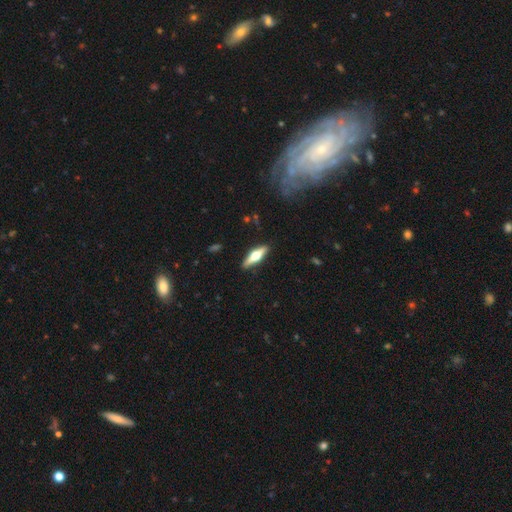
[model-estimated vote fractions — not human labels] Q: Smooth or featured?
A: featured or disk (60%); runner-up: smooth (35%)
Q: Edge-on disk?
A: yes (94%); runner-up: no (6%)
Q: Edge-on bulge?
A: rounded (96%); runner-up: boxy (3%)
Q: Merging?
A: none (89%); runner-up: minor disturbance (8%)